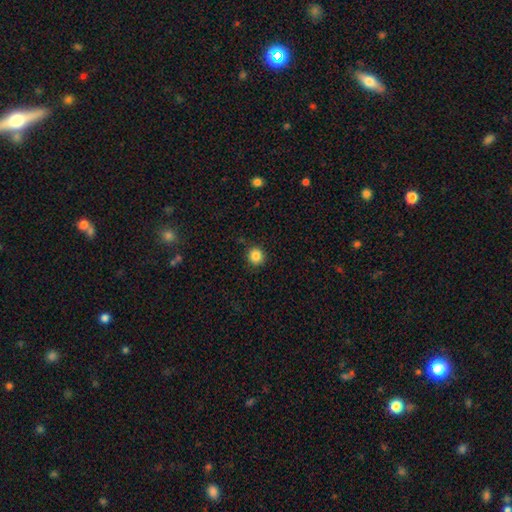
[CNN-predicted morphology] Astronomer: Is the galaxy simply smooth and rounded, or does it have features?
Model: smooth — 85%.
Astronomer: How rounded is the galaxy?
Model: round — 92%.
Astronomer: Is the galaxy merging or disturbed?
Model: none — 89%.